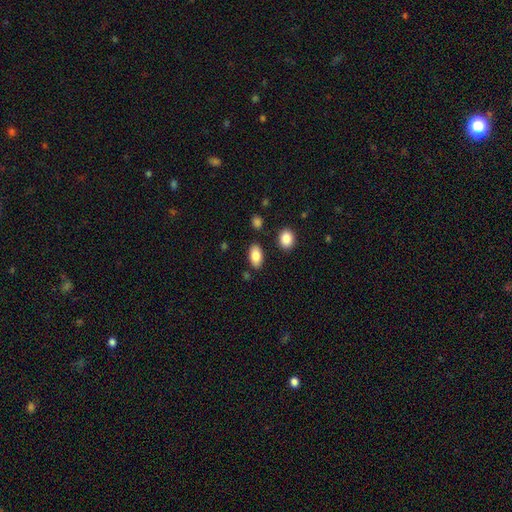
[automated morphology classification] A smooth galaxy with no disk features (86%) that is in between round and cigar-shaped (92%).

Vote fractions:
- Smooth or featured? smooth: 86% / featured or disk: 7% / star or artifact: 7%
- How rounded? in between: 92% / round: 5% / cigar-shaped: 3%
- Merging? none: 83% / minor disturbance: 10% / merger: 4% / major disturbance: 3%